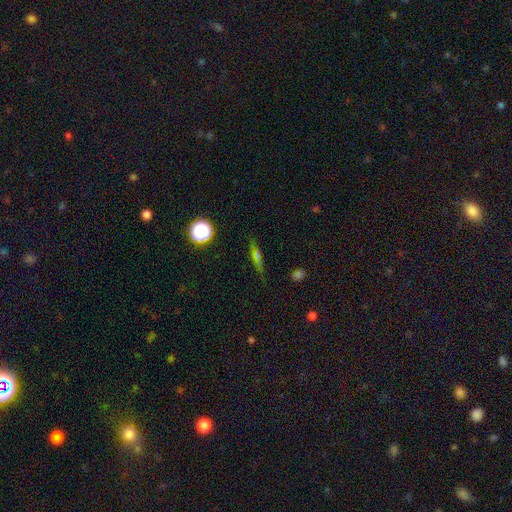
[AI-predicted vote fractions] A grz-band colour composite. It shows a featured or disk galaxy (48%). Merging: none (83%).